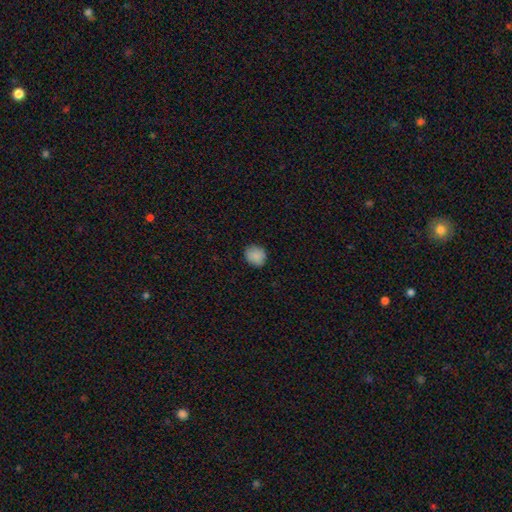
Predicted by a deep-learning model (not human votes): Smooth or featured?
  - smooth: 88% *
  - star or artifact: 8%
  - featured or disk: 4%
How rounded?
  - round: 74% *
  - in between: 25%
  - cigar-shaped: 1%
Merging?
  - none: 84% *
  - minor disturbance: 12%
  - major disturbance: 2%
  - merger: 1%